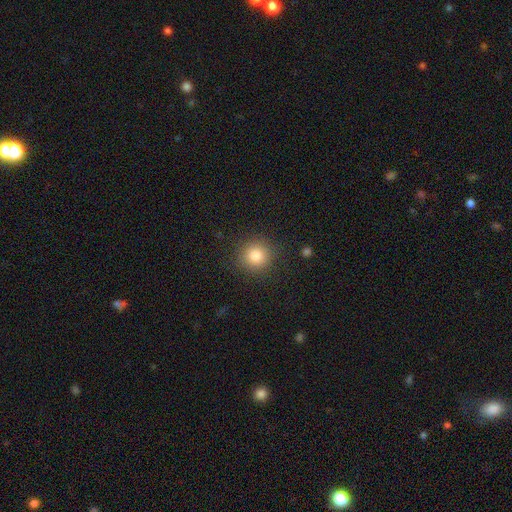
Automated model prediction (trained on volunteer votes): The model was most divided on "smooth or featured": smooth: 83%, star or artifact: 11%, featured or disk: 6%. More confident: how rounded — round (93%); merging — none (88%).